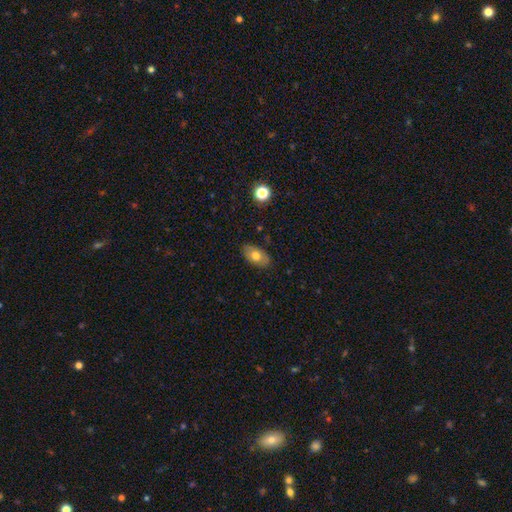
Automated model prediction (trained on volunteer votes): Q: Smooth or featured?
A: smooth (72%); runner-up: featured or disk (20%)
Q: How rounded?
A: in between (90%); runner-up: round (7%)
Q: Merging?
A: none (84%); runner-up: minor disturbance (12%)